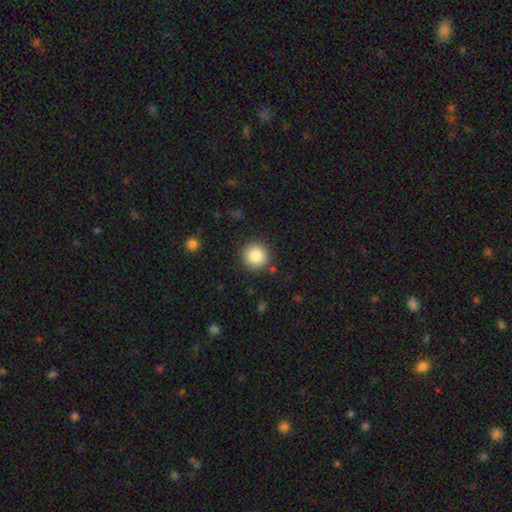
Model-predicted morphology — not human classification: type=smooth (86%); roundness=round (95%); merging=none (90%).